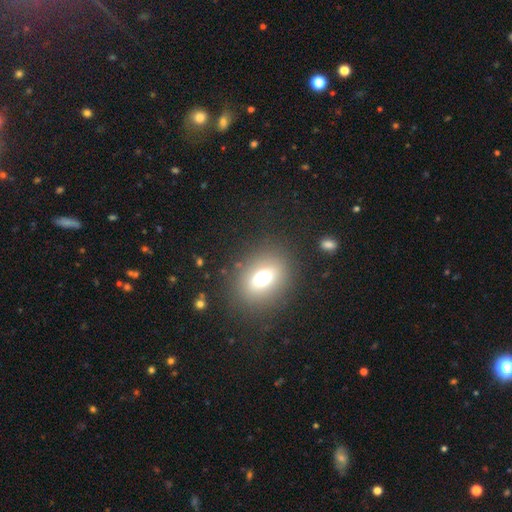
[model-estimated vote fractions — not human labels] Q: Smooth or featured?
A: smooth (66%); runner-up: star or artifact (20%)
Q: How rounded?
A: in between (62%); runner-up: round (36%)
Q: Merging?
A: none (88%); runner-up: minor disturbance (7%)